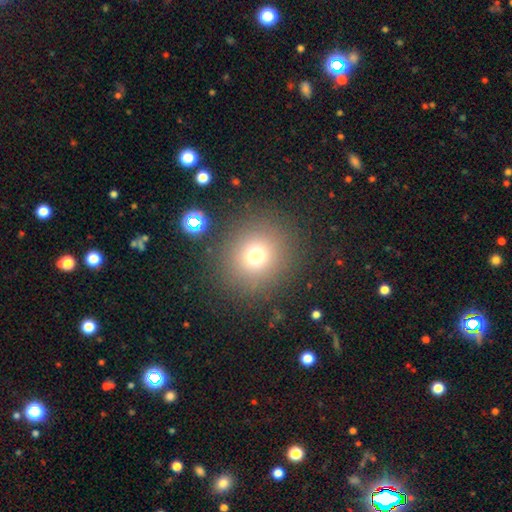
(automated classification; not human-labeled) Smooth or featured? smooth (70%)
How rounded? round (88%)
Merging? none (86%)